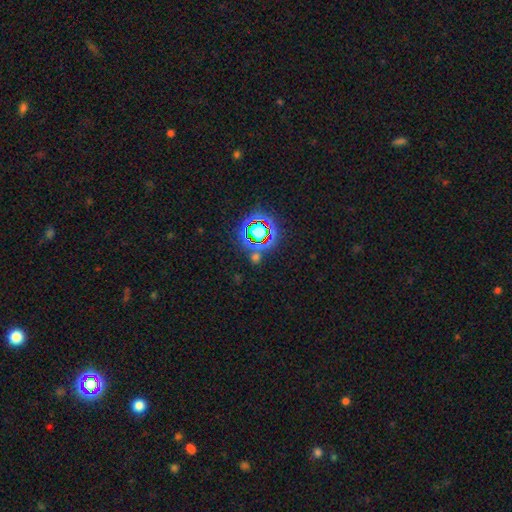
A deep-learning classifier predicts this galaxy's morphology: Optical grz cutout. It shows a star or artifact, not a galaxy (73%).